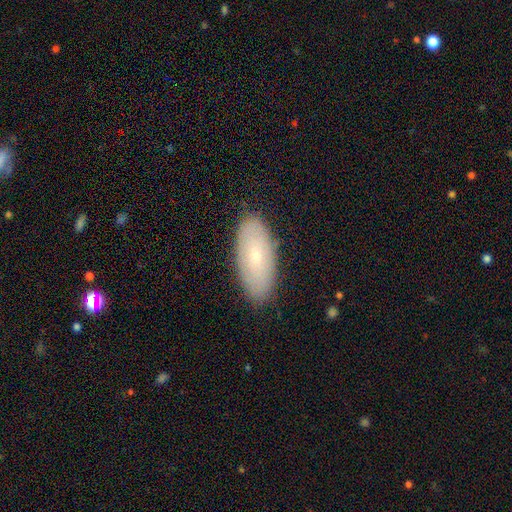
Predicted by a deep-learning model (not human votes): Q: Smooth or featured?
A: smooth (67%); runner-up: featured or disk (27%)
Q: How rounded?
A: in between (88%); runner-up: cigar-shaped (10%)
Q: Merging?
A: none (85%); runner-up: minor disturbance (12%)